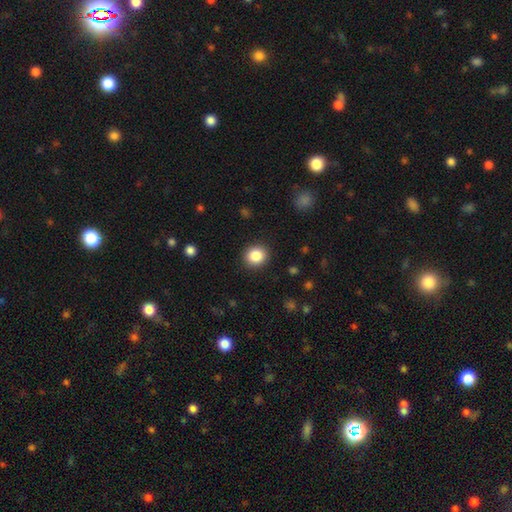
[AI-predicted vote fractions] Smooth or featured? Predicted: smooth (p=0.85). How rounded? Predicted: round (p=0.82). Merging? Predicted: none (p=0.90).